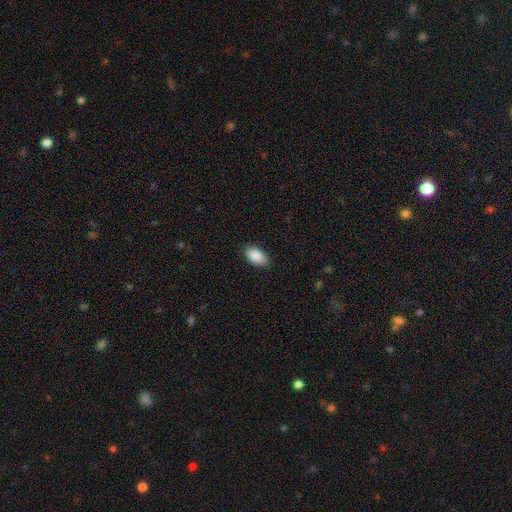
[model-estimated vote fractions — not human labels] Smooth or featured? Predicted: smooth (p=0.89). How rounded? Predicted: in between (p=0.94). Merging? Predicted: none (p=0.86).